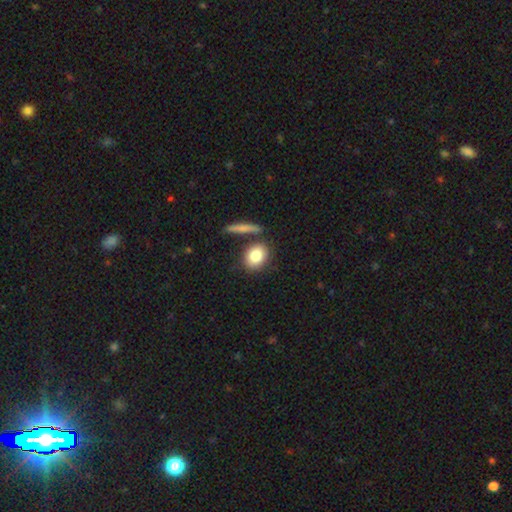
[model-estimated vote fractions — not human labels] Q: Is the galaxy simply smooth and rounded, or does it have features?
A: smooth — 82%.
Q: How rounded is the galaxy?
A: in between — 54%.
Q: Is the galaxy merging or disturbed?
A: none — 68%.